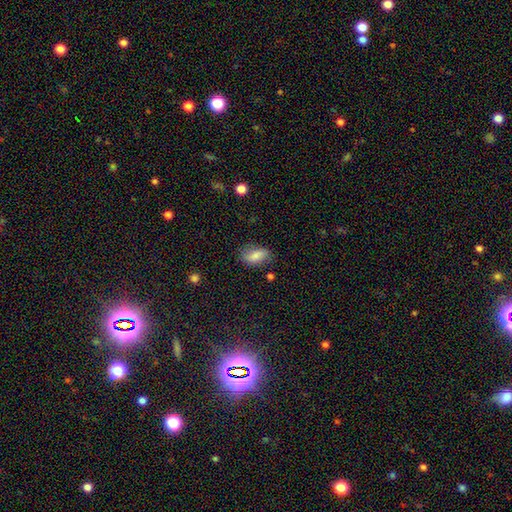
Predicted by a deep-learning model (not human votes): Smooth or featured? Predicted: smooth (p=0.74). How rounded? Predicted: in between (p=0.88). Merging? Predicted: none (p=0.70).